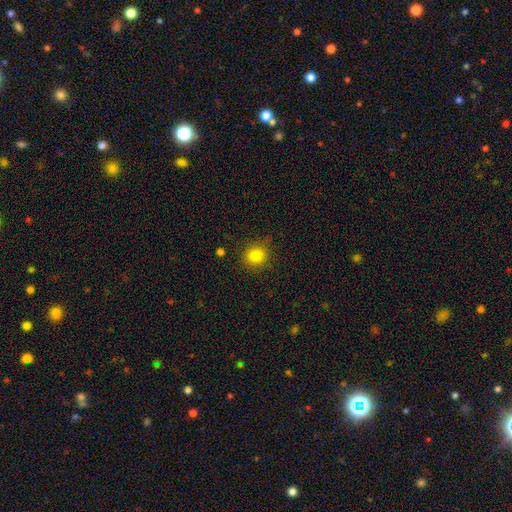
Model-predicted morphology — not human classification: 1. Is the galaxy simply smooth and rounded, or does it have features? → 82% smooth, 12% star or artifact, 6% featured or disk.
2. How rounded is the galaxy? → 86% round, 13% in between, 1% cigar-shaped.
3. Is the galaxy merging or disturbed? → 84% none, 11% minor disturbance, 3% major disturbance, 2% merger.